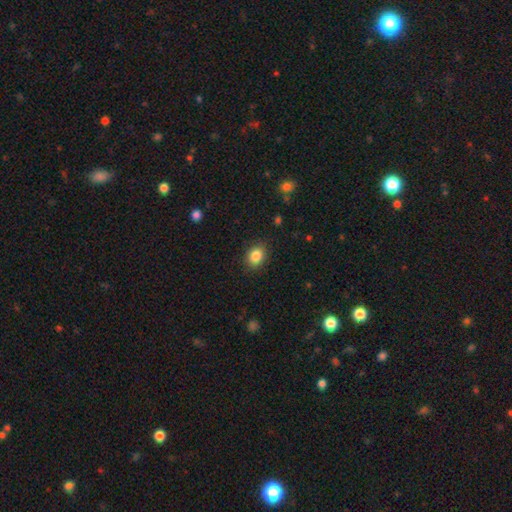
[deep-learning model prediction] Q: Smooth or featured?
A: smooth (86%); runner-up: star or artifact (9%)
Q: How rounded?
A: in between (52%); runner-up: round (47%)
Q: Merging?
A: none (87%); runner-up: minor disturbance (10%)